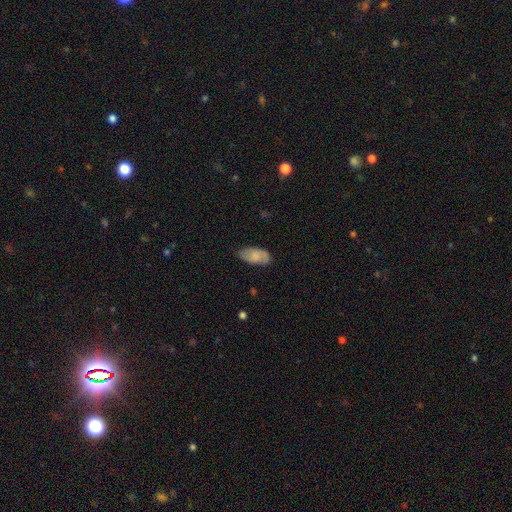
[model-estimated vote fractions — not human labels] A smooth galaxy with no disk features (75%) that is in between round and cigar-shaped (94%). Merging: none (76%).